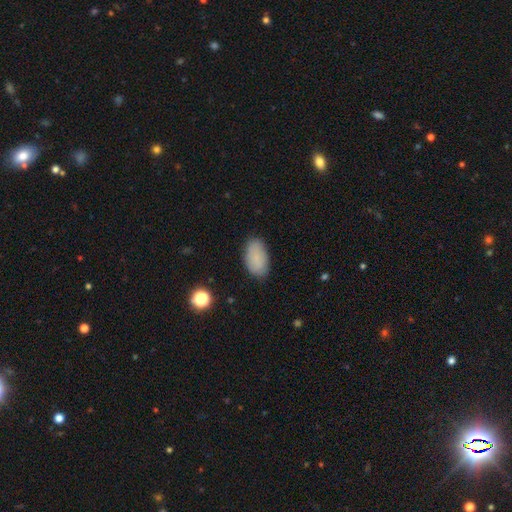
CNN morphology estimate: smooth_or_featured: smooth (p=0.83) [alt: featured or disk p=0.09]
how_rounded: in between (p=0.94) [alt: round p=0.04]
merging: none (p=0.81) [alt: minor disturbance p=0.14]